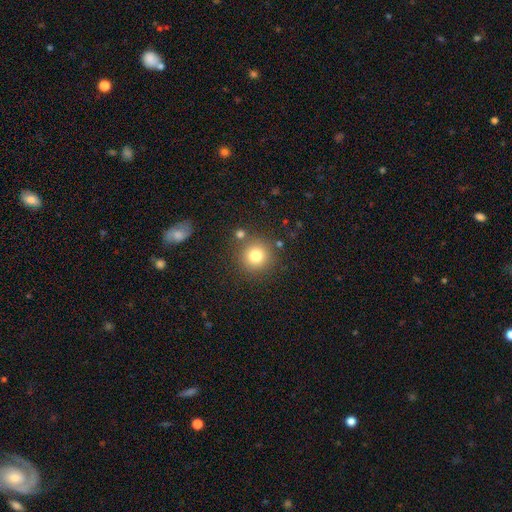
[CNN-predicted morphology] This is likely a smooth galaxy (79%). How rounded: clearly round (93%). Merging: clearly none (81%).